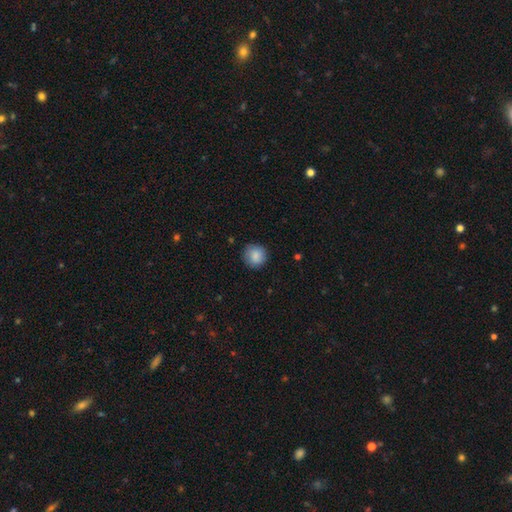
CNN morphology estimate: smooth_or_featured: smooth (p=0.87) [alt: star or artifact p=0.07]
how_rounded: round (p=0.92) [alt: in between p=0.07]
merging: none (p=0.85) [alt: minor disturbance p=0.11]